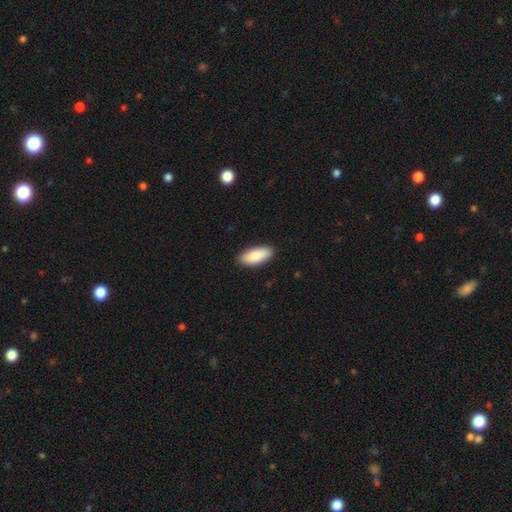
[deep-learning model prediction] A smooth galaxy with no disk features (85%) that is in between round and cigar-shaped (85%). Merging: none (88%).